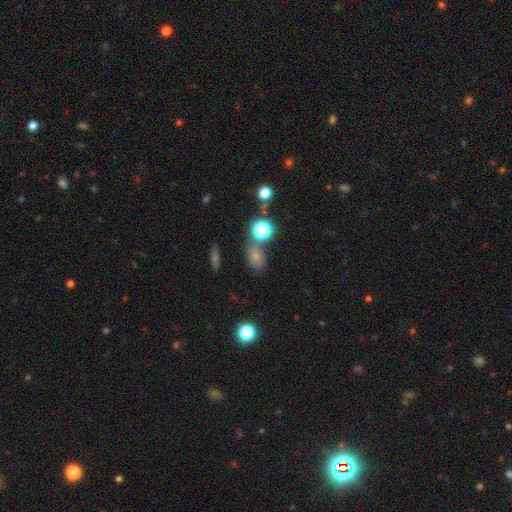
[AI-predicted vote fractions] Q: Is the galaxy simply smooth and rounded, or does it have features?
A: smooth — 66%.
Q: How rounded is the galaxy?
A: in between — 68%.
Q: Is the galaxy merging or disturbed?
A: none — 65%.